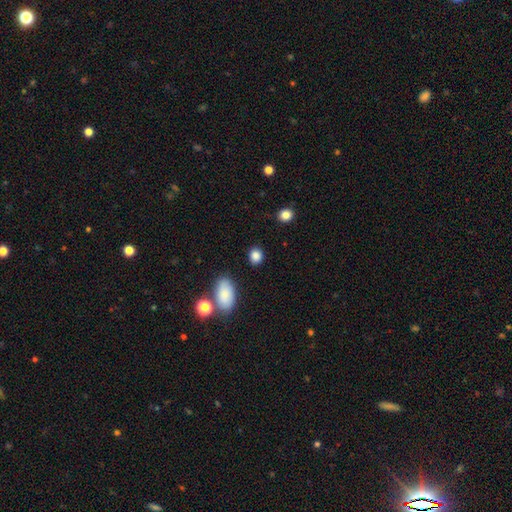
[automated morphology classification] The model was most divided on "how rounded": round: 63%, in between: 35%, cigar-shaped: 2%. More confident: smooth or featured — smooth (86%); merging — none (85%).